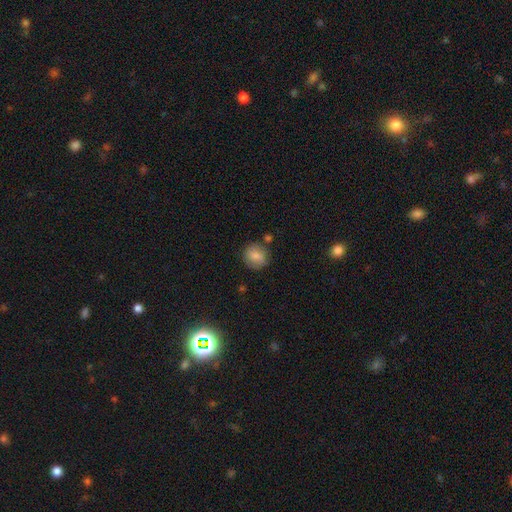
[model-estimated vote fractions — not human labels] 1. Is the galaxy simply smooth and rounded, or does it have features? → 83% smooth, 9% featured or disk, 9% star or artifact.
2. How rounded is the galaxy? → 84% round, 15% in between, 1% cigar-shaped.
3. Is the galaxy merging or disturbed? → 80% none, 12% minor disturbance, 5% merger, 3% major disturbance.